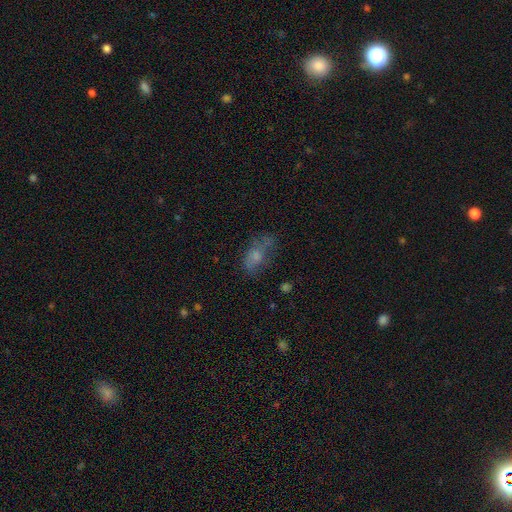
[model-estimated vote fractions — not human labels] Smooth or featured? Predicted: smooth (p=0.57). How rounded? Predicted: in between (p=0.82). Merging? Predicted: none (p=0.46).